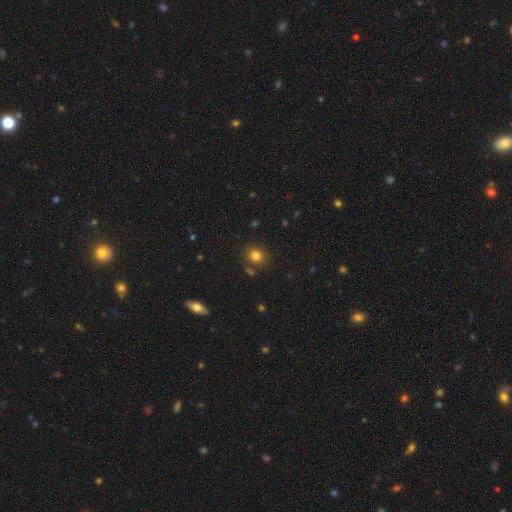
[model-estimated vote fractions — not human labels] This is likely a smooth galaxy (79%). How rounded: clearly round (80%). Merging: clearly none (82%).